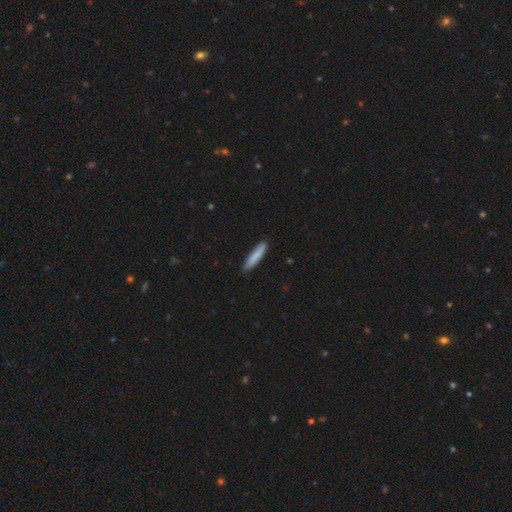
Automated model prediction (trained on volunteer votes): This appears to be a smooth galaxy with no disk features (84%) that is cigar-shaped (85%). Merging: none (88%).